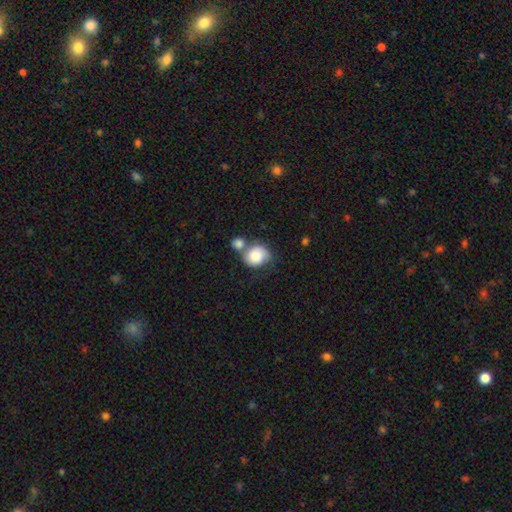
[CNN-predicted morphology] type=smooth (78%); roundness=round (72%); merging=merger (45%).